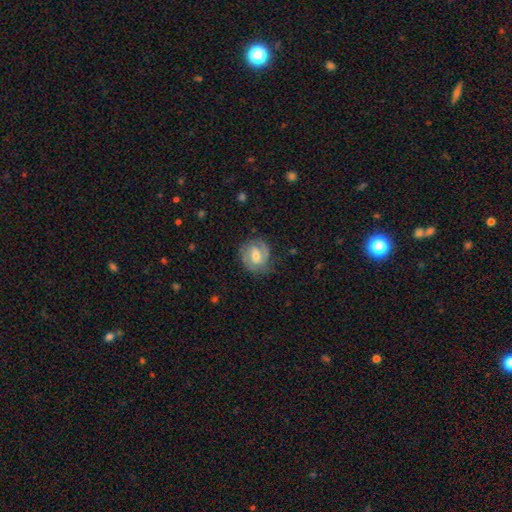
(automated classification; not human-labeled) Overall: featured or disk (73%). Edge-on disk: no (97%). Bar: weak (53%; no 28%). Spiral arms: yes (90%). Spiral arm count: 2 (76%). Spiral winding: tight (51%; medium 38%). Bulge size: moderate (65%; small 25%). Merging: none (76%).